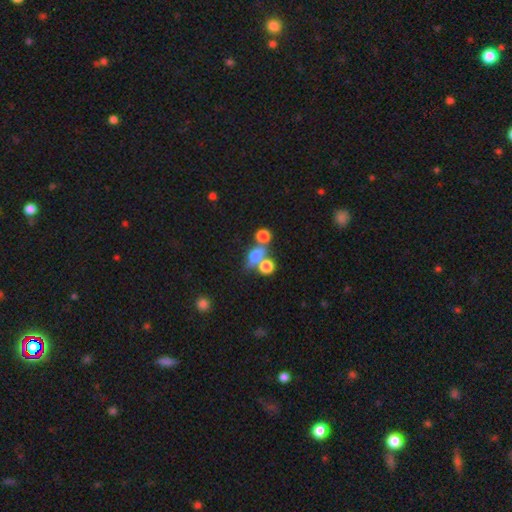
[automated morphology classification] Smooth or featured? smooth (68%)
How rounded? in between (55%)
Merging? none (46%)